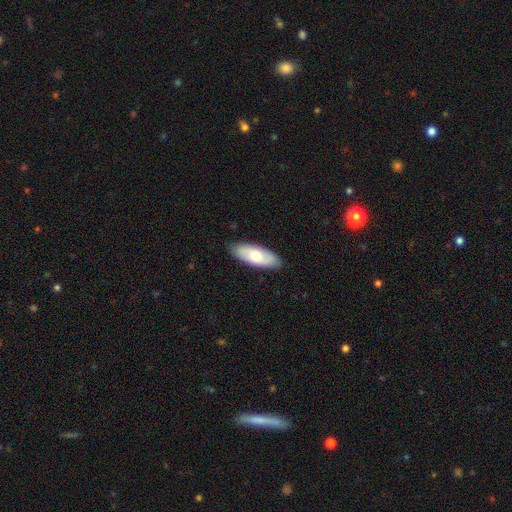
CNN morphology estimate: Smooth or featured? smooth (66%)
How rounded? in between (80%)
Merging? none (87%)